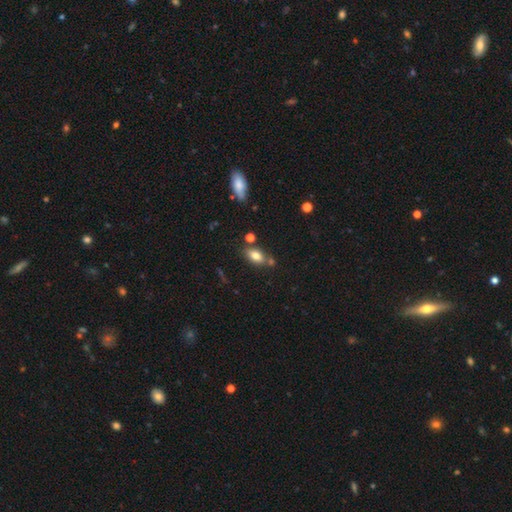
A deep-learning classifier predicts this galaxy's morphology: The model was most divided on "merging": none: 67%, minor disturbance: 15%, merger: 14%, major disturbance: 4%. More confident: how rounded — in between (88%); smooth or featured — smooth (78%).